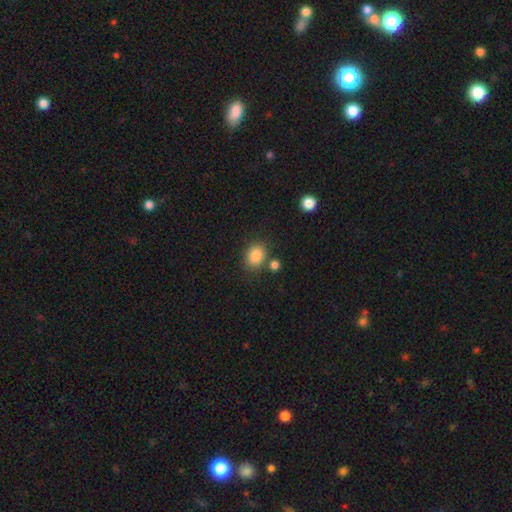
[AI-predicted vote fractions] Morphology: type=smooth (85%); roundness=in between (52%); merging=none (74%).